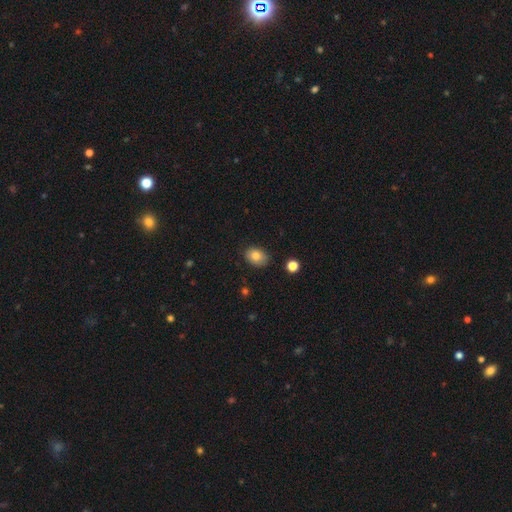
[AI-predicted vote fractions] smooth_or_featured: smooth (p=0.83) [alt: star or artifact p=0.09]
how_rounded: in between (p=0.75) [alt: round p=0.24]
merging: none (p=0.83) [alt: minor disturbance p=0.13]